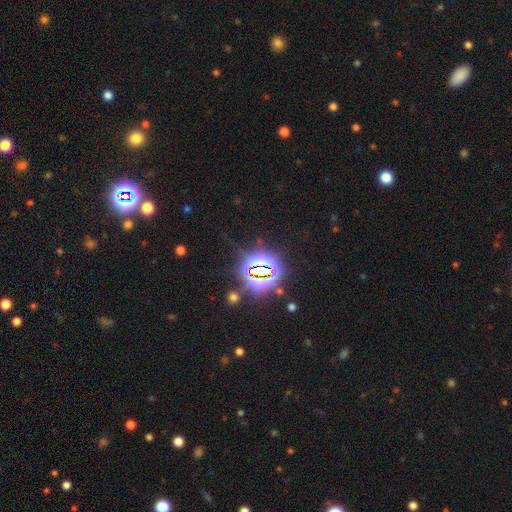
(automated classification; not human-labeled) This appears to be a star or artifact, not a galaxy (76%).